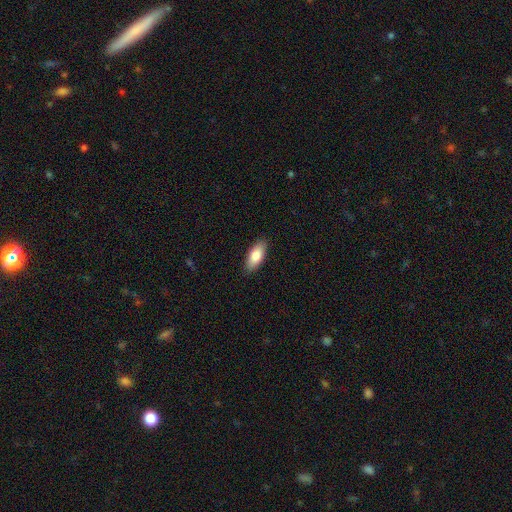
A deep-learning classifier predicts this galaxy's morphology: Smooth or featured? Predicted: smooth (p=0.82). How rounded? Predicted: in between (p=0.83). Merging? Predicted: none (p=0.89).